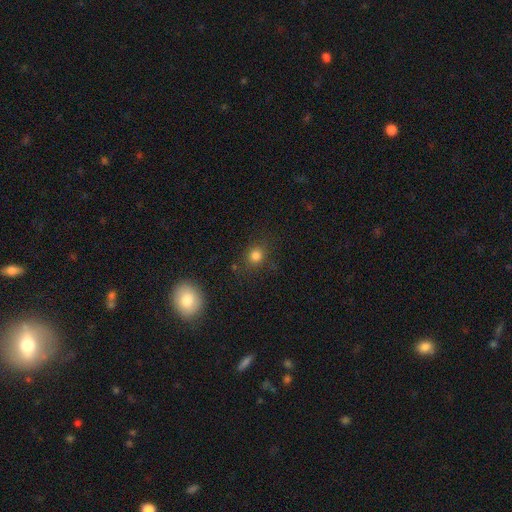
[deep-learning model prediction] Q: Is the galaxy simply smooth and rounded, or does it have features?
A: smooth — 79%.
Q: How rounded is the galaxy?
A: round — 80%.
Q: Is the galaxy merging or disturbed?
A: none — 79%.